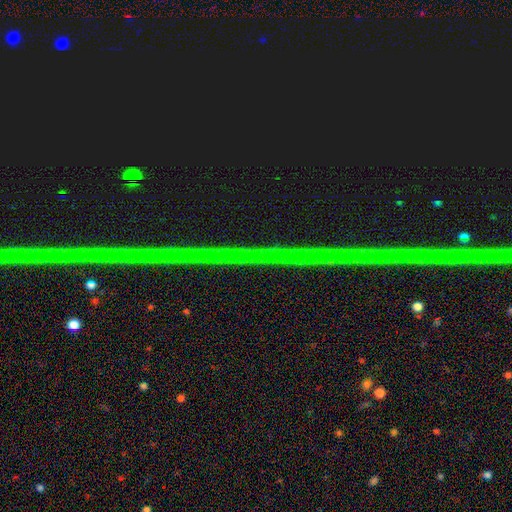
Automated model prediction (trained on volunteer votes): Smooth or featured? star or artifact (90%)